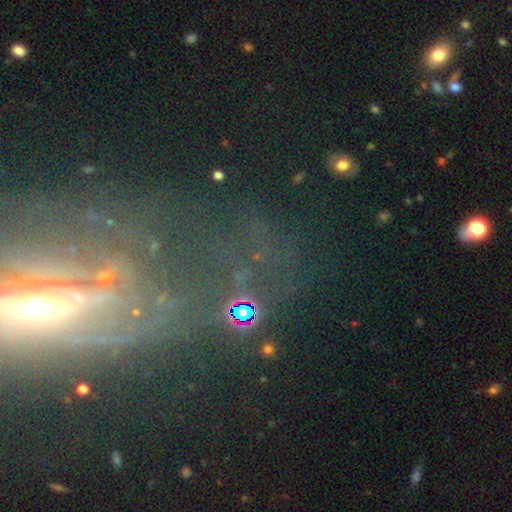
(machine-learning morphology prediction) A featured or disk galaxy (55%).

Vote fractions:
- Smooth or featured? featured or disk: 55% / star or artifact: 29% / smooth: 16%
- Edge-on disk? no: 77% / yes: 23%
- Merging? none: 43% / major disturbance: 33% / minor disturbance: 16% / merger: 7%